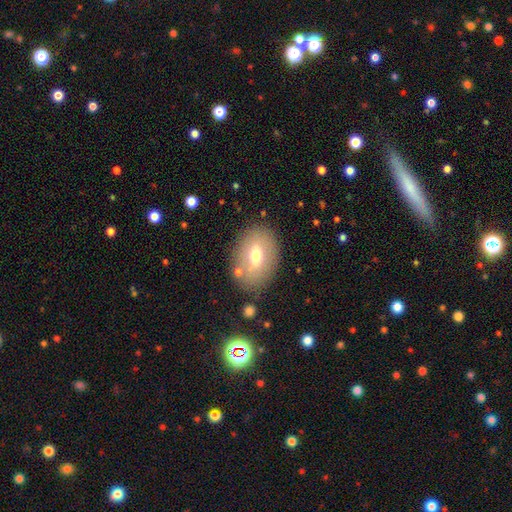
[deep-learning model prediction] Q: Smooth or featured?
A: smooth (61%); runner-up: featured or disk (30%)
Q: How rounded?
A: in between (78%); runner-up: round (21%)
Q: Merging?
A: none (78%); runner-up: minor disturbance (13%)